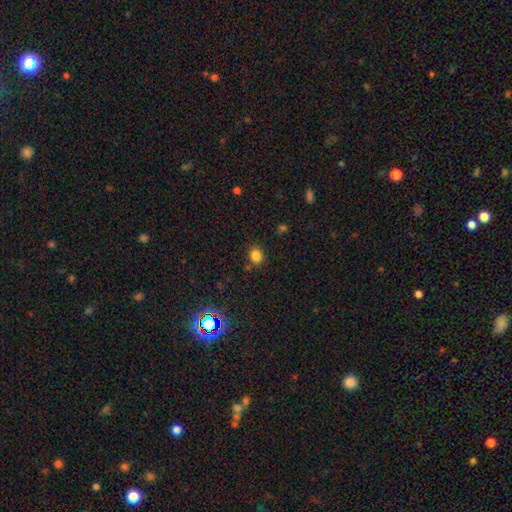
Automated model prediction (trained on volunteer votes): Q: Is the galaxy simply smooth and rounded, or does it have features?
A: smooth — 81%.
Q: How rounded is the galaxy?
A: round — 70%.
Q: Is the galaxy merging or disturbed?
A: none — 83%.